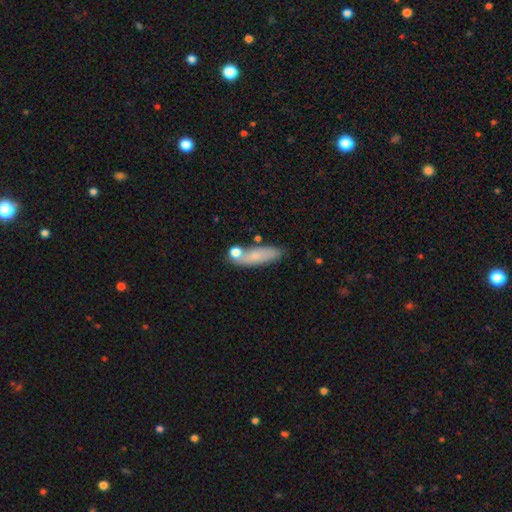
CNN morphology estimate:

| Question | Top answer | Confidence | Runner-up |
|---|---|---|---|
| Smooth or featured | smooth | 73% | featured or disk (18%) |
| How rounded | cigar-shaped | 55% | in between (41%) |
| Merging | none | 64% | minor disturbance (17%) |